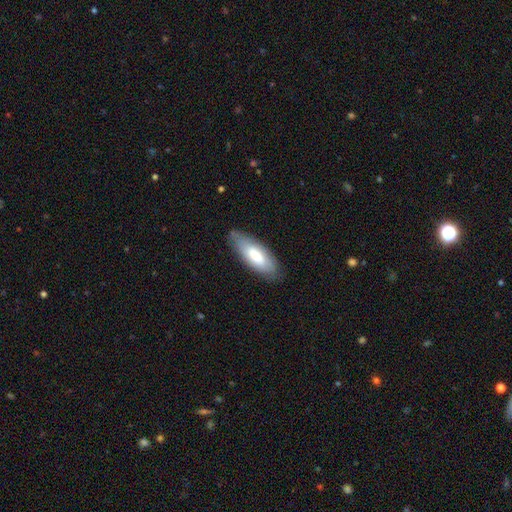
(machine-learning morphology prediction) Q: Smooth or featured?
A: smooth (72%); runner-up: featured or disk (22%)
Q: How rounded?
A: in between (71%); runner-up: cigar-shaped (27%)
Q: Merging?
A: none (77%); runner-up: minor disturbance (18%)